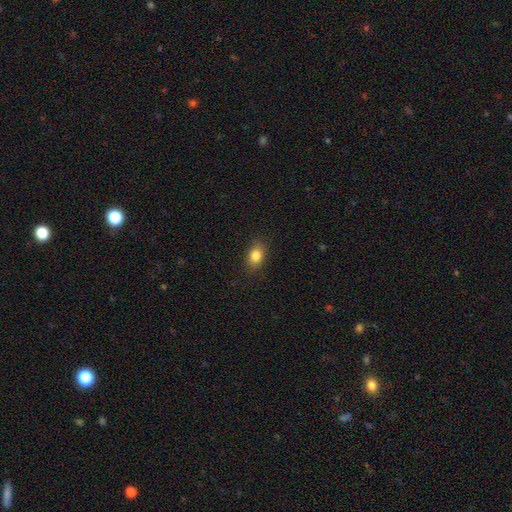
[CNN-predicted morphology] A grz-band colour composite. It shows a smooth galaxy with no disk features (83%) that is in between round and cigar-shaped (75%). Merging: none (85%).